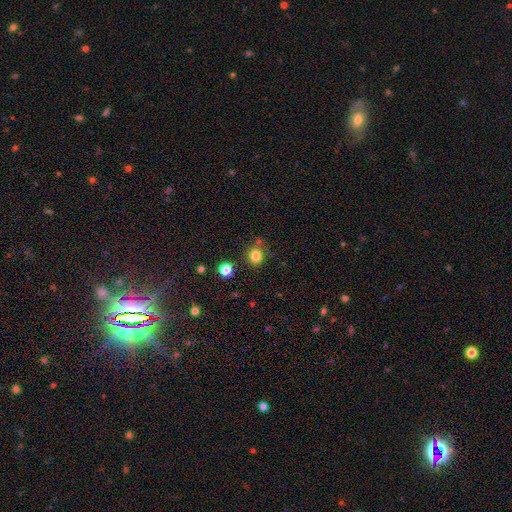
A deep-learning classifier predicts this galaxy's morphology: Q: Smooth or featured?
A: smooth (81%); runner-up: star or artifact (13%)
Q: How rounded?
A: round (83%); runner-up: in between (16%)
Q: Merging?
A: none (77%); runner-up: minor disturbance (12%)